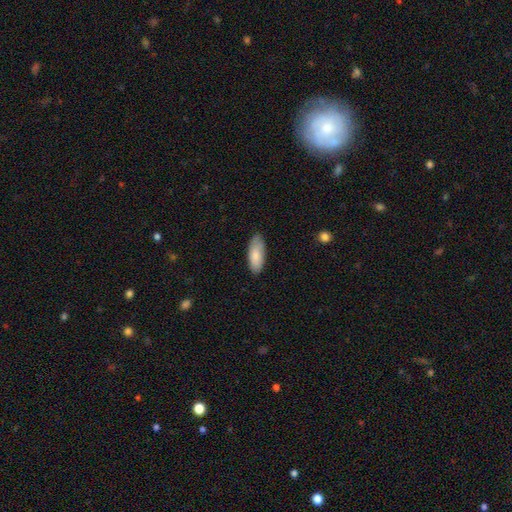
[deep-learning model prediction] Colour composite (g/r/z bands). It shows a smooth galaxy with no disk features (83%) that is in between round and cigar-shaped (82%). Merging: none (82%).